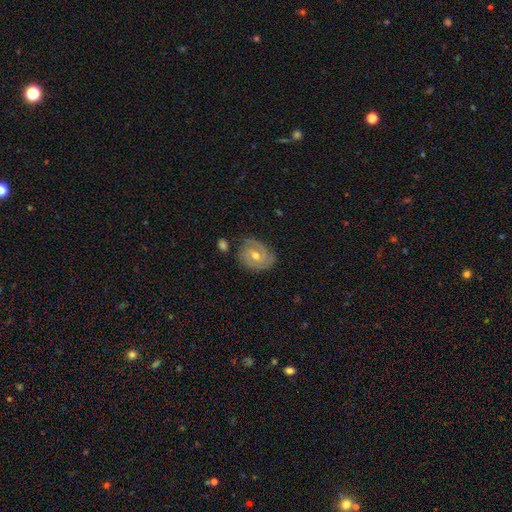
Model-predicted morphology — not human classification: featured or disk 73%, smooth 19%, star or artifact 8%. Down the decision tree: edge-on disk — no (97%); bar — no (49%); spiral arms — yes (90%); spiral arm count — 2 (54%); spiral winding — tight (61%); bulge size — moderate (66%); merging — none (74%).